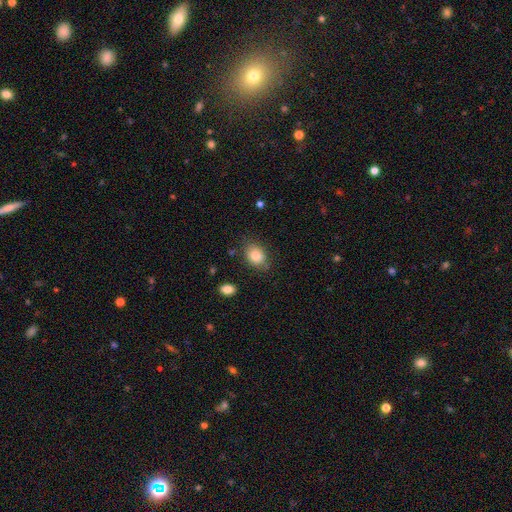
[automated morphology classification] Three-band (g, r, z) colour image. It shows a smooth galaxy with no disk features (84%) that is in between round and cigar-shaped (65%). Merging: none (77%).